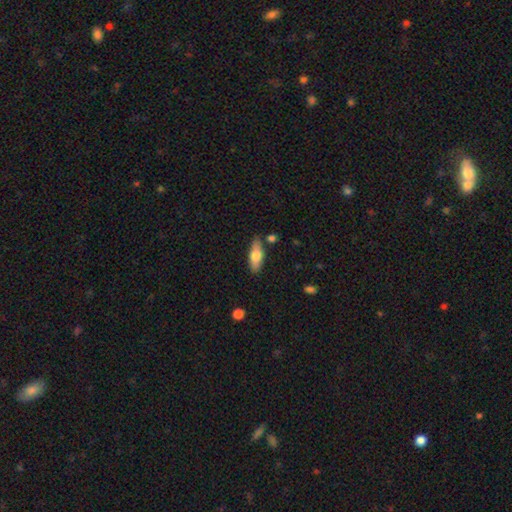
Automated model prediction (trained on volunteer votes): This appears to be a smooth galaxy with no disk features (69%) that is in between round and cigar-shaped (68%). Merging: none (77%).